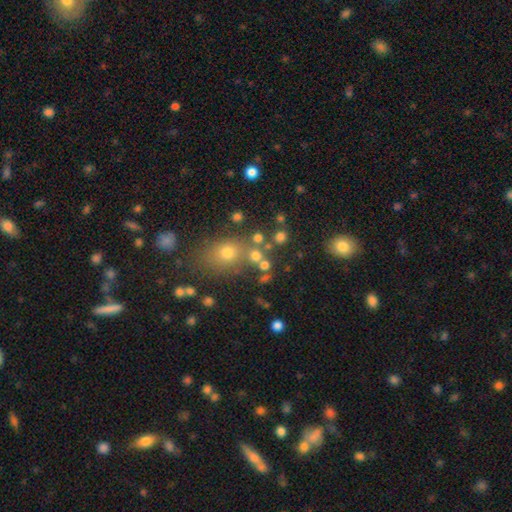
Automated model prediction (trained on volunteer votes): This is likely a smooth galaxy (66%). How rounded: clearly round (82%). Merging: possibly none (59%).